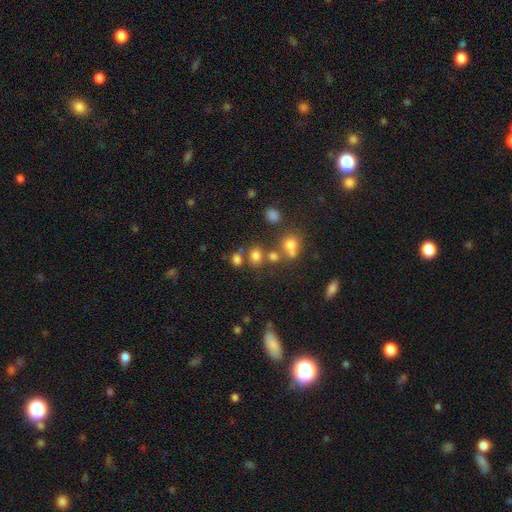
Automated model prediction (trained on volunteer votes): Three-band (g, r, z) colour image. It shows a smooth galaxy with no disk features (73%) that is round (52%). Merging: none (61%).